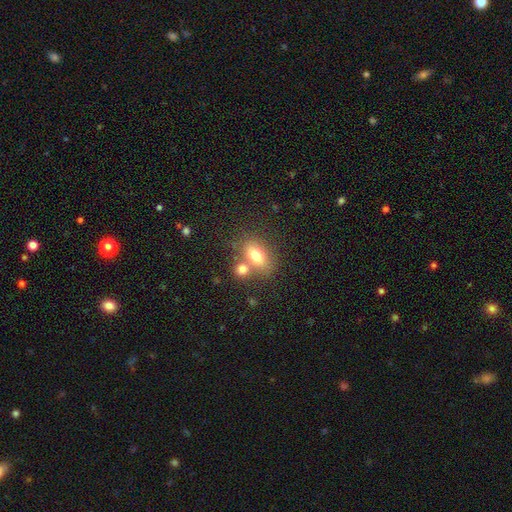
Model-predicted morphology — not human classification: Smooth or featured? smooth (75%)
How rounded? in between (80%)
Merging? none (52%)